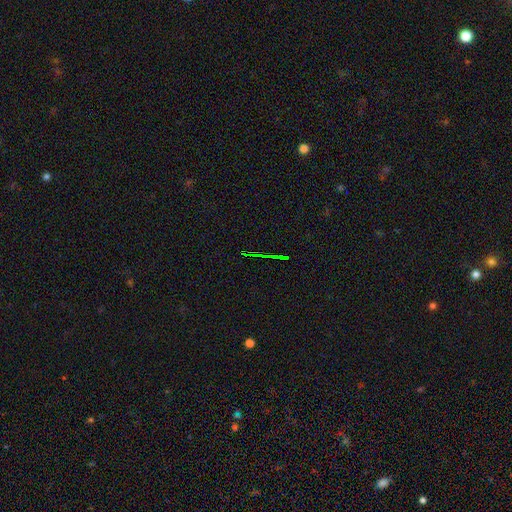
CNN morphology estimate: Smooth or featured? Predicted: star or artifact (p=0.77).